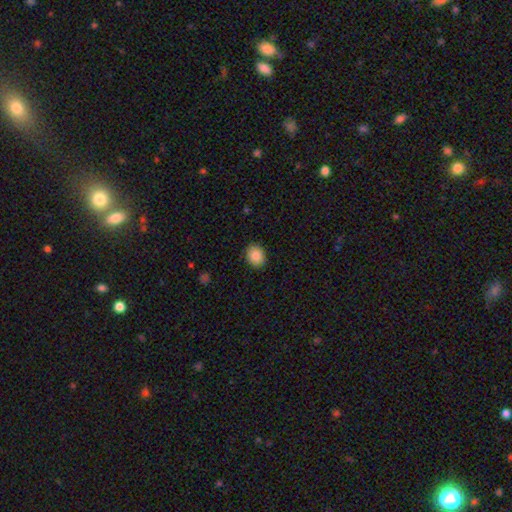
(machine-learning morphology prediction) Q: Smooth or featured?
A: smooth (87%); runner-up: star or artifact (8%)
Q: How rounded?
A: round (56%); runner-up: in between (44%)
Q: Merging?
A: none (89%); runner-up: minor disturbance (8%)